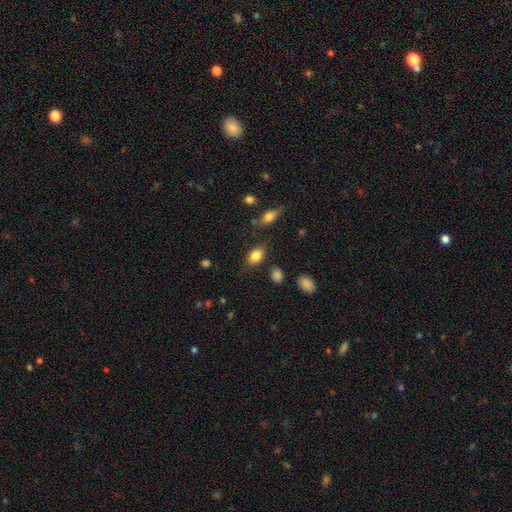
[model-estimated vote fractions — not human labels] Q: Smooth or featured?
A: smooth (83%); runner-up: star or artifact (9%)
Q: How rounded?
A: in between (84%); runner-up: round (14%)
Q: Merging?
A: none (80%); runner-up: minor disturbance (13%)